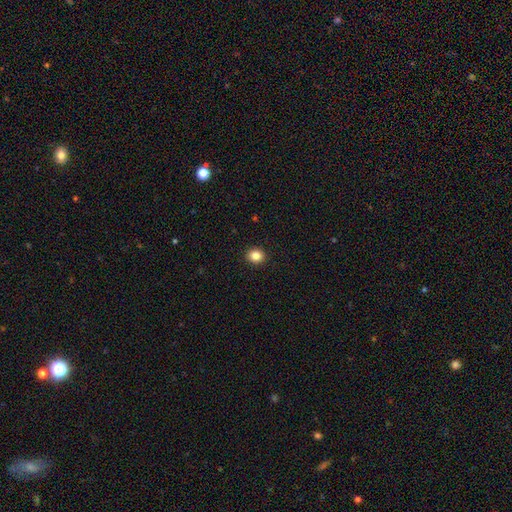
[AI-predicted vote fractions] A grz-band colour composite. It shows a smooth galaxy with no disk features (85%) that is round (77%). Merging: none (93%).